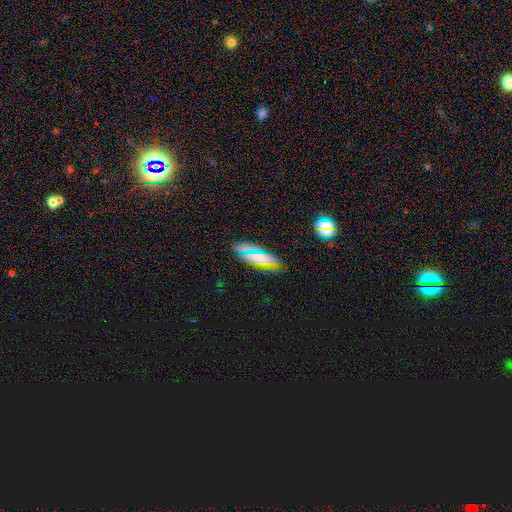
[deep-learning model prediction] smooth-or-featured: smooth: 64% | star or artifact: 18% | featured or disk: 18%
  how-rounded: in between: 67% | cigar-shaped: 28% | round: 5%
  merging: none: 82% | minor disturbance: 14% | major disturbance: 3% | merger: 2%